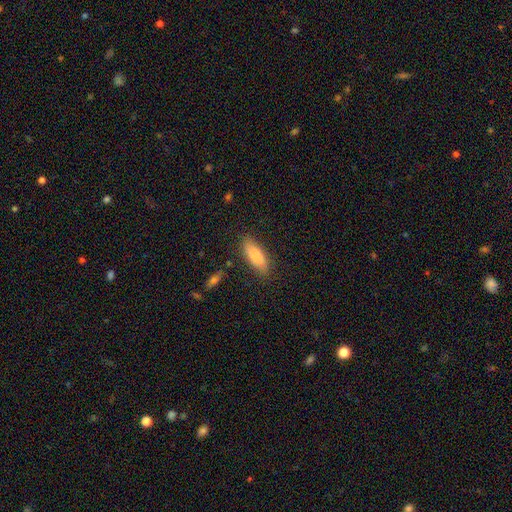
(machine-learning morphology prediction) smooth 83%, featured or disk 11%, star or artifact 6%. Down the decision tree: how rounded — in between (72%); merging — none (81%).